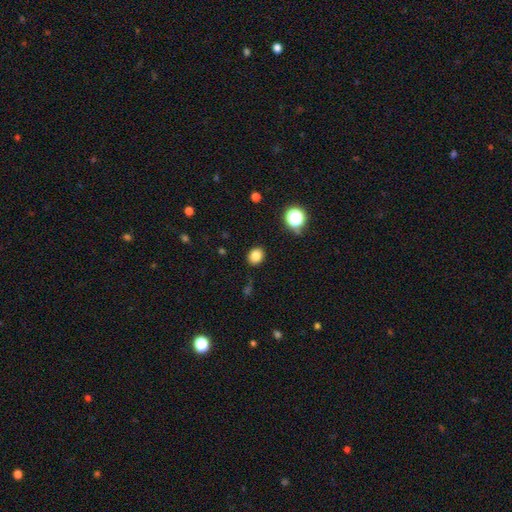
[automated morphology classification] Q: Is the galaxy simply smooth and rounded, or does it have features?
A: smooth — 82%.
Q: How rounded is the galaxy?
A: round — 65%.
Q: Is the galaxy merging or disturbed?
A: none — 88%.